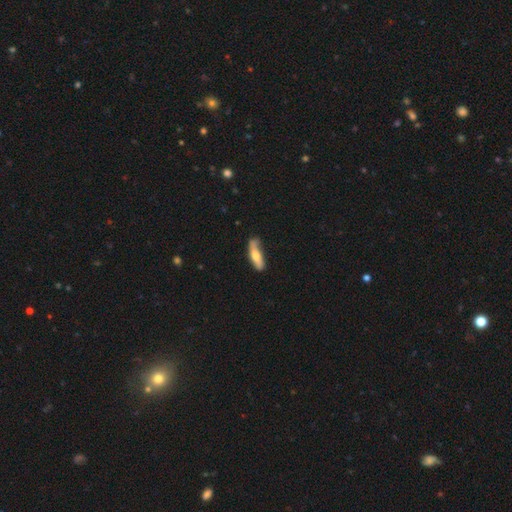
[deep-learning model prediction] Smooth or featured? smooth (58%)
How rounded? cigar-shaped (62%)
Merging? none (63%)